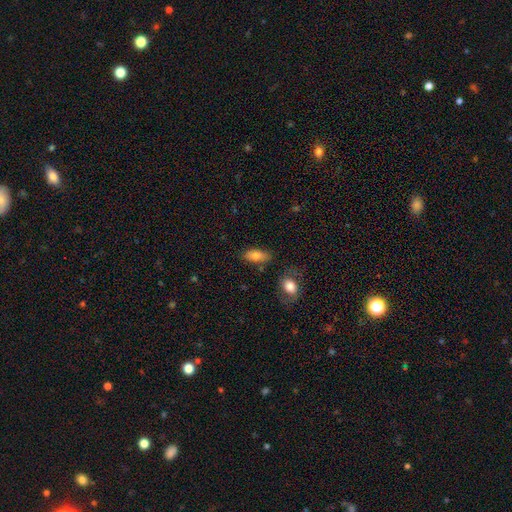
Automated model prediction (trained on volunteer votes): This is clearly a smooth galaxy (81%). How rounded: clearly in between (86%). Merging: likely none (76%).